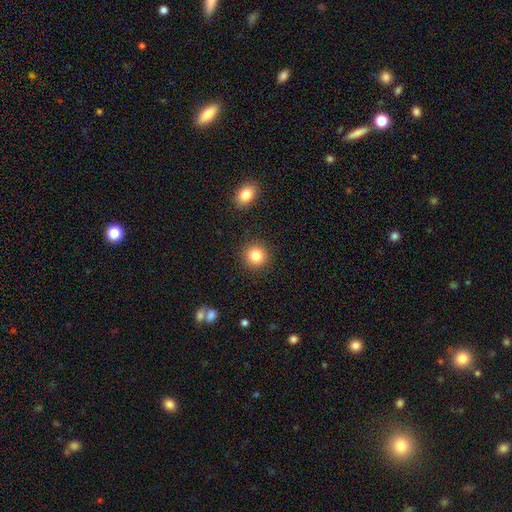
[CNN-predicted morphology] type=smooth (82%); roundness=round (92%); merging=none (90%).